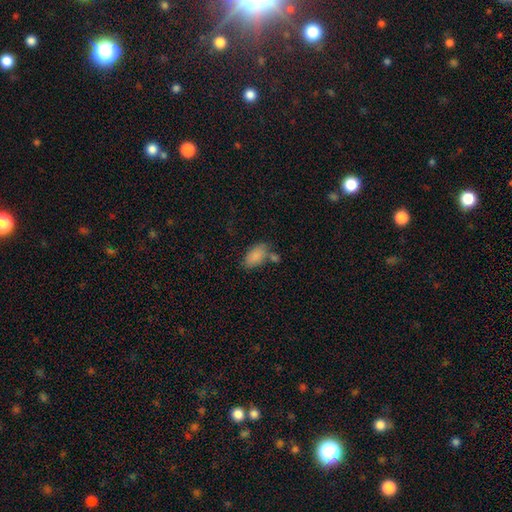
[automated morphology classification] Smooth or featured? Predicted: smooth (p=0.85). How rounded? Predicted: in between (p=0.93). Merging? Predicted: none (p=0.53).